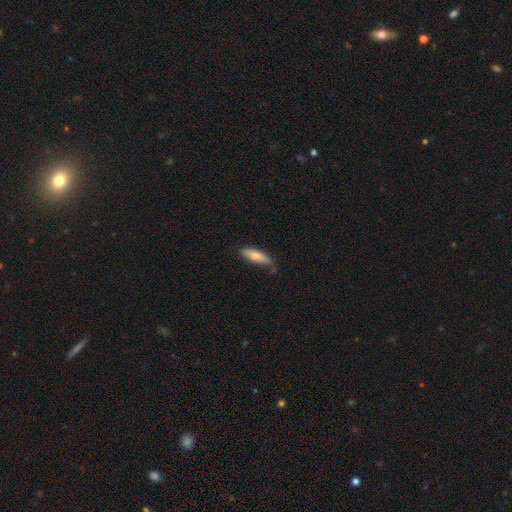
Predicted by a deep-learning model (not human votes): This is likely a smooth galaxy (79%). How rounded: possibly cigar-shaped (56%). Merging: likely none (66%).